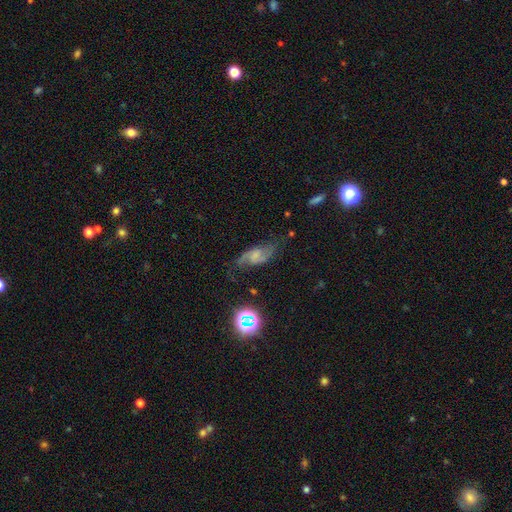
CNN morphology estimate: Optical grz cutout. It shows a featured or disk galaxy (71%) with no bar (44%), 2 (90%) loose (48%) spiral arms (94%) and no central bulge (39%). Merging: none (67%).